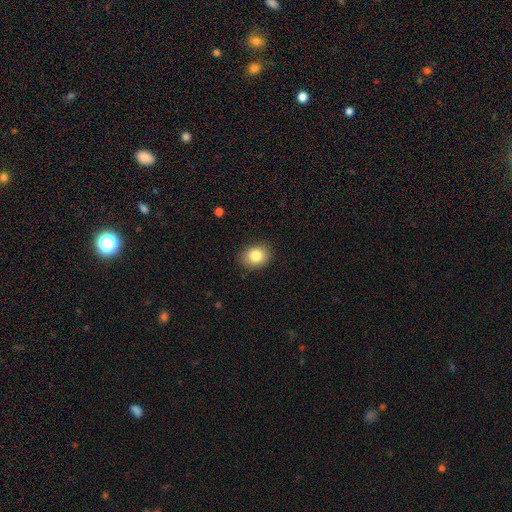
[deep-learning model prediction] Overall: smooth (84%). How rounded: in between (54%; round 45%). Merging: none (86%).